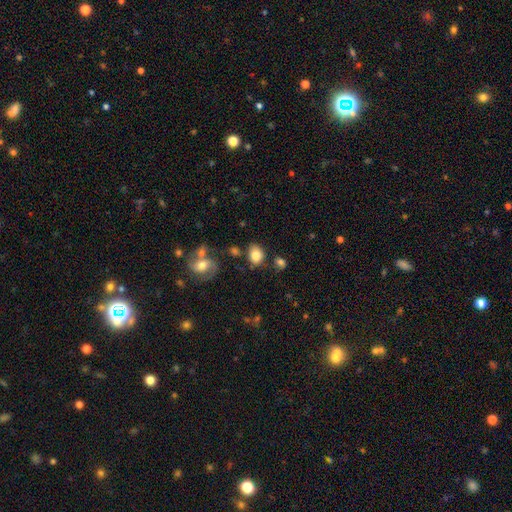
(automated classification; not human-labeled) Morphology: type=smooth (80%); roundness=in between (61%); merging=none (72%).